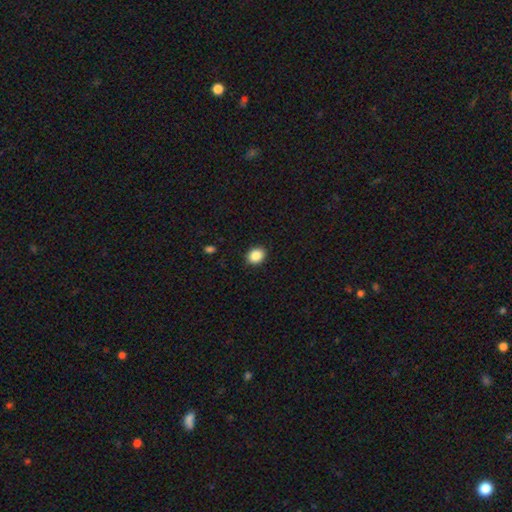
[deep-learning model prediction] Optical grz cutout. It shows a smooth galaxy with no disk features (87%) that is round (52%). Merging: none (91%).